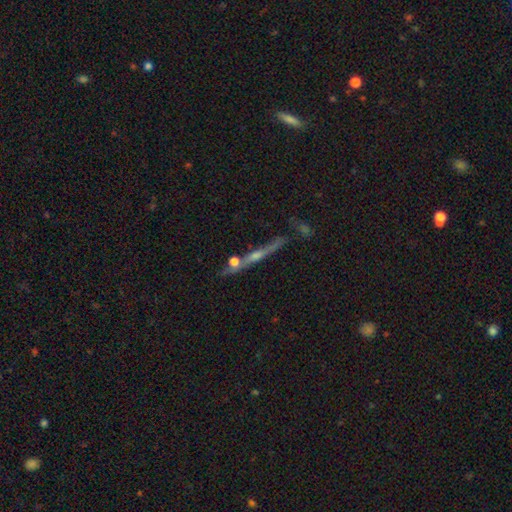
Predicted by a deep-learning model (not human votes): A featured or disk galaxy (69%) viewed edge-on (93%) with a rounded central bulge (74%). Merging: none (69%).